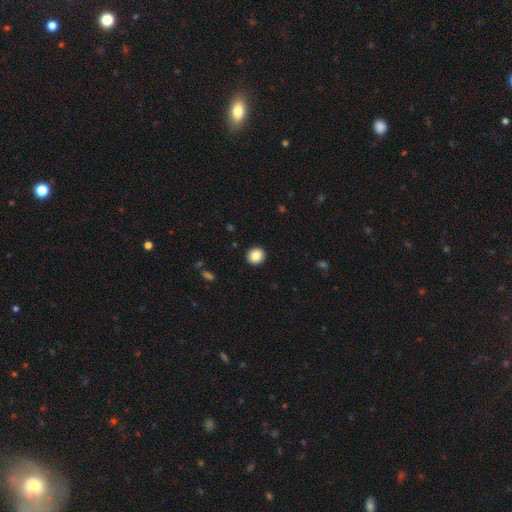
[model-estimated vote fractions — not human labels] Smooth or featured? Predicted: smooth (p=0.86). How rounded? Predicted: round (p=0.89). Merging? Predicted: none (p=0.93).